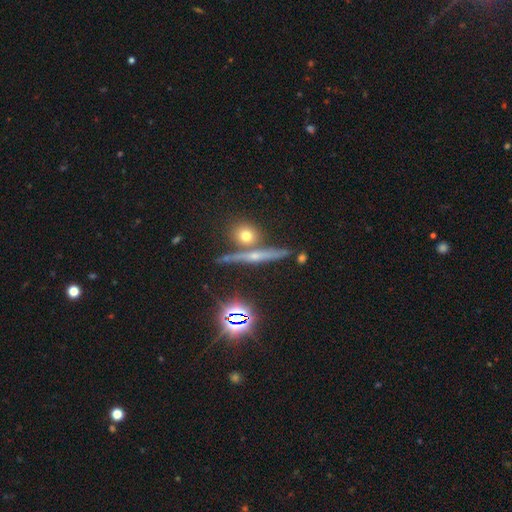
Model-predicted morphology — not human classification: type=featured or disk (50%); edge-on=yes (90%); merging=none (77%).